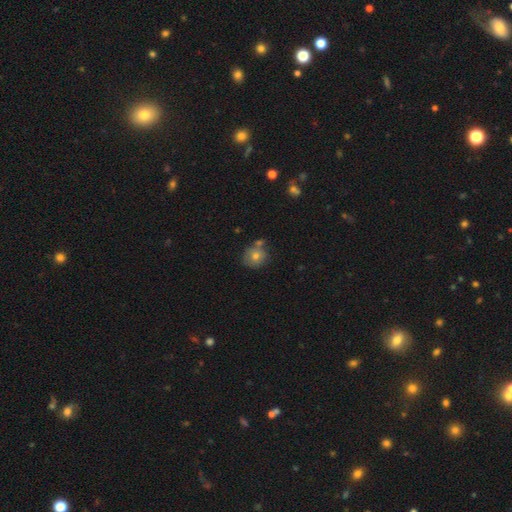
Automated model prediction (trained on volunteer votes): A smooth galaxy with no disk features (71%) that is round (83%).

Vote fractions:
- Smooth or featured? smooth: 71% / featured or disk: 19% / star or artifact: 10%
- How rounded? round: 83% / in between: 16% / cigar-shaped: 1%
- Merging? none: 61% / minor disturbance: 18% / merger: 17% / major disturbance: 4%